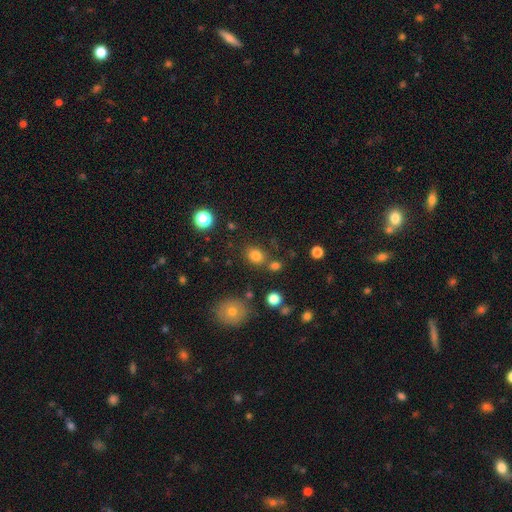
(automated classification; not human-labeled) smooth 80%, star or artifact 14%, featured or disk 7%. Down the decision tree: how rounded — round (51%); merging — none (72%).